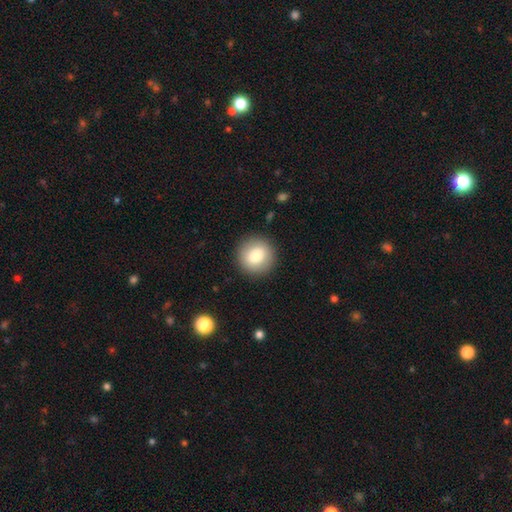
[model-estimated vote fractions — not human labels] Overall: smooth (81%). How rounded: round (94%). Merging: none (91%).